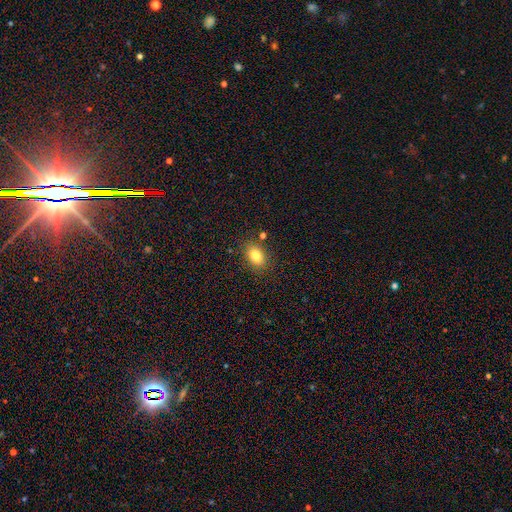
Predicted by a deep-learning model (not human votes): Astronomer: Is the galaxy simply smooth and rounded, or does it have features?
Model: smooth — 81%.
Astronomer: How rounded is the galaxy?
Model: in between — 76%.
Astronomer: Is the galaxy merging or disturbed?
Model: none — 83%.